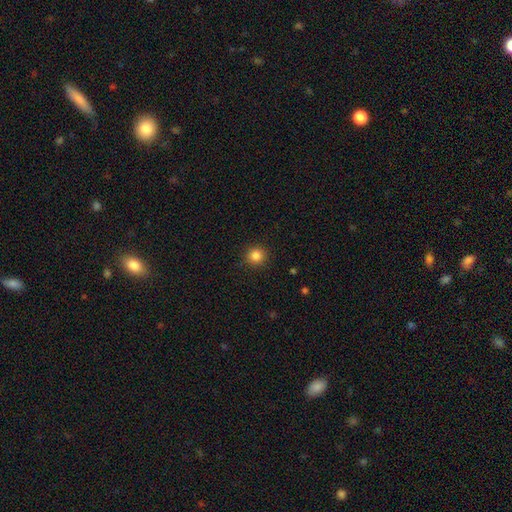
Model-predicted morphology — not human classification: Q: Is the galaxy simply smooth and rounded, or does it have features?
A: smooth — 85%.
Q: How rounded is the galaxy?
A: round — 93%.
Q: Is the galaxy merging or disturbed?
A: none — 91%.